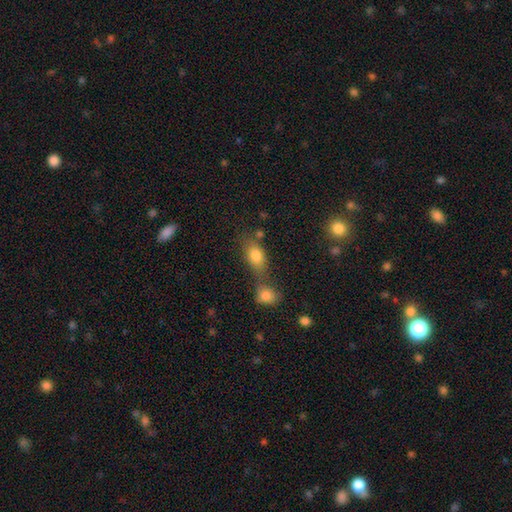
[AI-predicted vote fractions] A smooth galaxy with no disk features (79%) that is in between round and cigar-shaped (80%). Merging: none (47%).